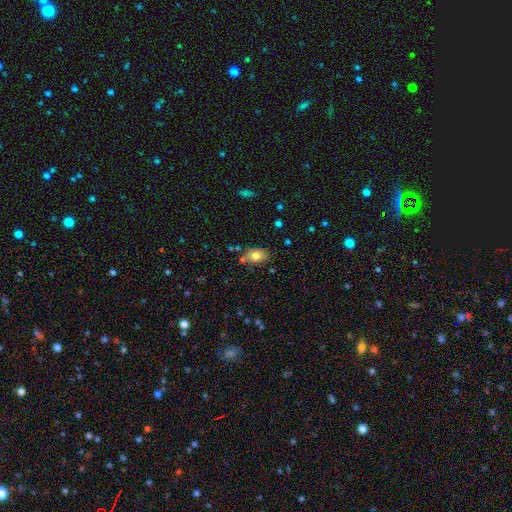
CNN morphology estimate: Smooth or featured? Predicted: smooth (p=0.79). How rounded? Predicted: in between (p=0.81). Merging? Predicted: none (p=0.71).